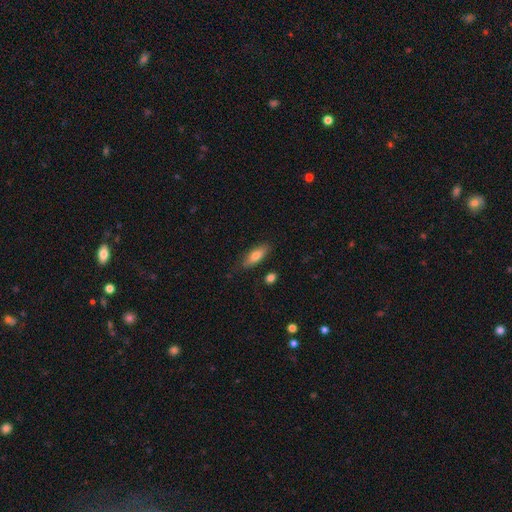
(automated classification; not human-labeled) Smooth or featured?
  - smooth: 71% *
  - featured or disk: 23%
  - star or artifact: 7%
How rounded?
  - in between: 53% *
  - cigar-shaped: 44%
  - round: 3%
Merging?
  - none: 81% *
  - minor disturbance: 14%
  - major disturbance: 3%
  - merger: 3%